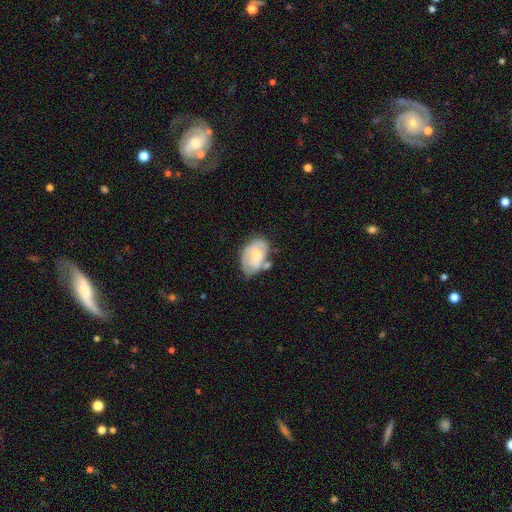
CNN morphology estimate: smooth-or-featured: smooth: 49% | featured or disk: 45% | star or artifact: 7%
  merging: none: 41% | minor disturbance: 30% | merger: 17% | major disturbance: 12%